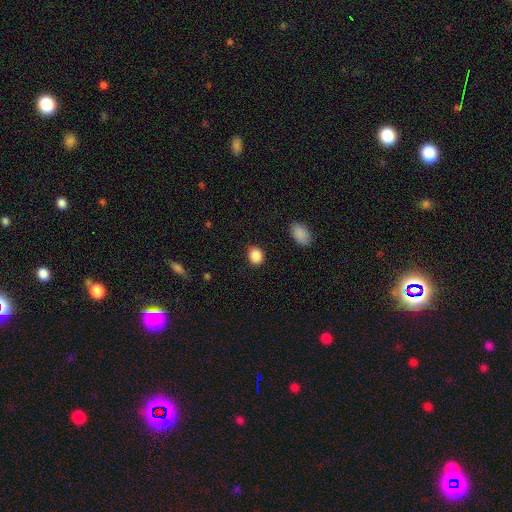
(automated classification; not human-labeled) Overall: smooth (88%). How rounded: round (57%; in between 42%). Merging: none (85%).